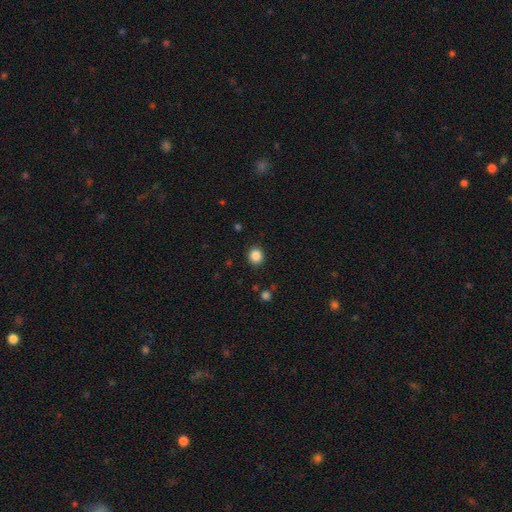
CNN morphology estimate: Smooth or featured?
  - smooth: 86% *
  - star or artifact: 11%
  - featured or disk: 4%
How rounded?
  - round: 84% *
  - in between: 15%
  - cigar-shaped: 1%
Merging?
  - none: 90% *
  - minor disturbance: 6%
  - major disturbance: 2%
  - merger: 1%